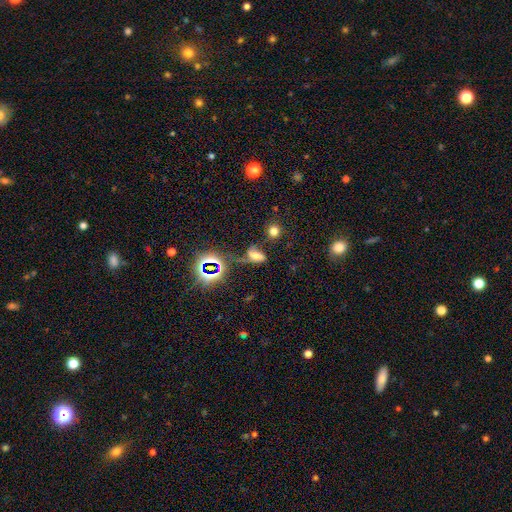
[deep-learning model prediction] Morphology: type=smooth (41%); merging=none (36%).